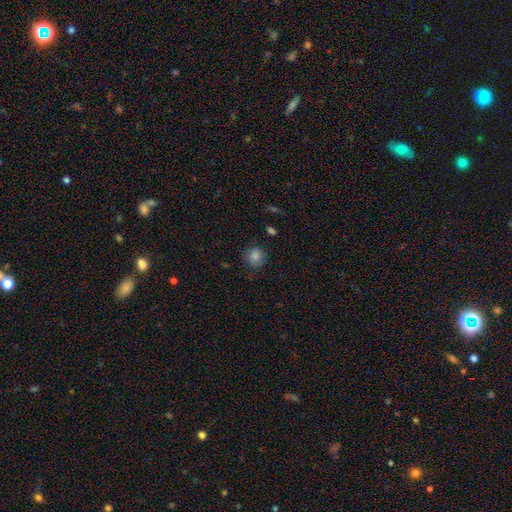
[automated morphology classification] Smooth or featured? smooth (80%)
How rounded? round (89%)
Merging? none (83%)